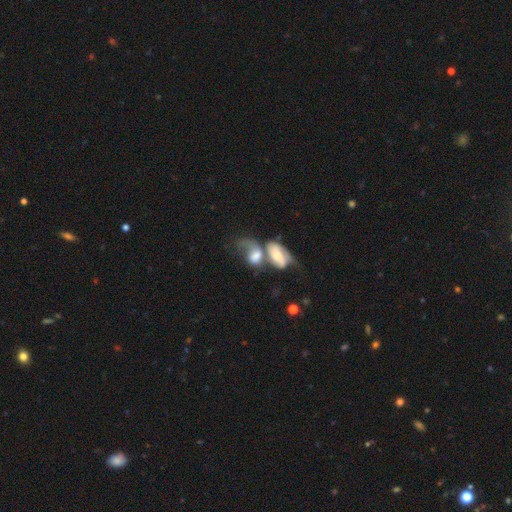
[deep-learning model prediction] This appears to be a smooth galaxy with no disk features (51%) that is in between round and cigar-shaped (79%). Merging: merger (71%).